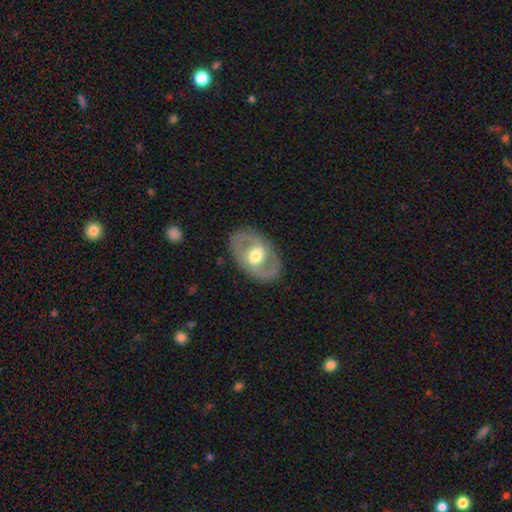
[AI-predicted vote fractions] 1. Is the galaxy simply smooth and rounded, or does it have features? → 66% featured or disk, 28% smooth, 5% star or artifact.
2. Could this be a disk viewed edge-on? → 92% no, 8% yes.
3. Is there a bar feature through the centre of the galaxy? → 43% no, 38% weak, 19% strong.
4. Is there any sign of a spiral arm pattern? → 51% yes, 49% no.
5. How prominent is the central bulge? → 68% moderate, 20% large, 9% small, 1% dominant, 1% none.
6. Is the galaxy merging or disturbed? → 84% none, 11% minor disturbance, 4% major disturbance, 1% merger.